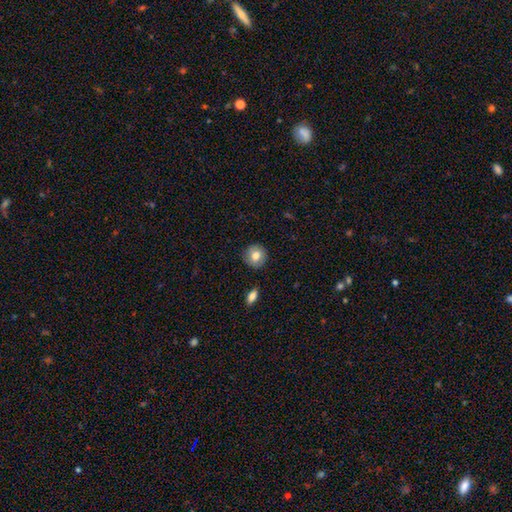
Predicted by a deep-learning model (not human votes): This is likely a smooth galaxy (79%). How rounded: clearly round (92%). Merging: clearly none (90%).